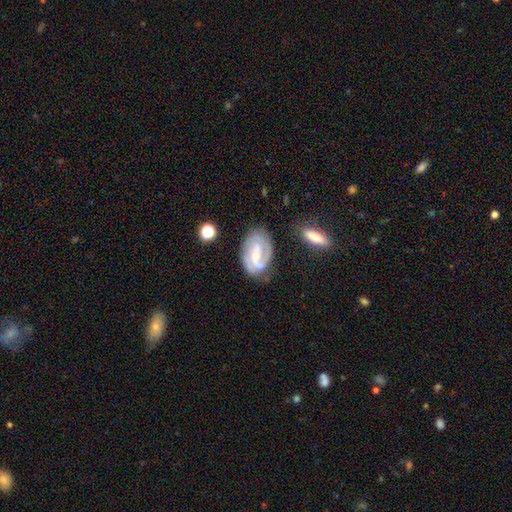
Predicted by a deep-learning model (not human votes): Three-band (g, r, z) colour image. It shows a featured or disk galaxy (83%) with a weak bar (48%), 2 (71%) medium (44%) spiral arms (94%) and a small central bulge (52%). Merging: none (70%).